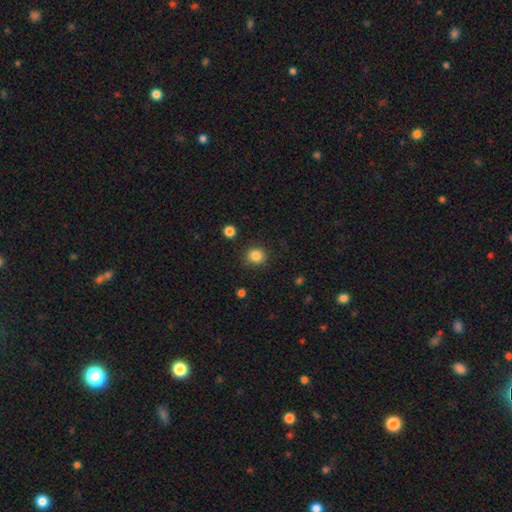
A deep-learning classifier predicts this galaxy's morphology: Smooth or featured? smooth (84%)
How rounded? round (88%)
Merging? none (83%)